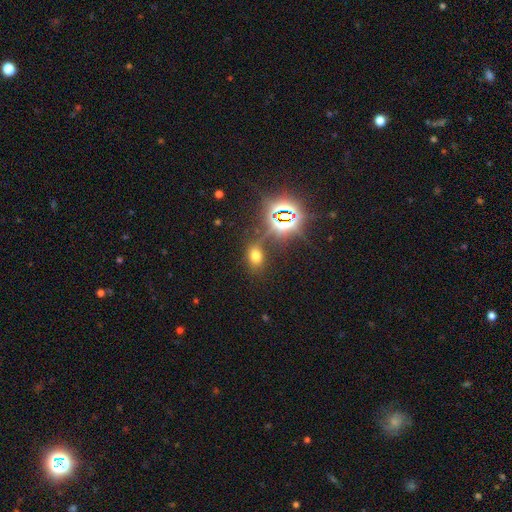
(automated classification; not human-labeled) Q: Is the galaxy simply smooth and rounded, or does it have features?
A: smooth — 56%.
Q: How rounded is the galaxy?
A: in between — 68%.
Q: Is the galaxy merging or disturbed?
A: none — 71%.